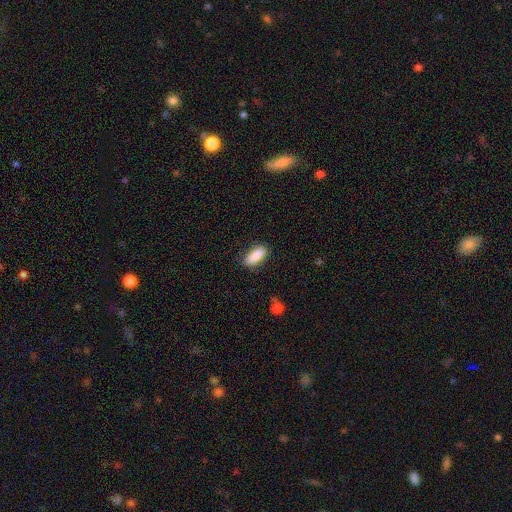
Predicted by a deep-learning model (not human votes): A smooth galaxy with no disk features (89%) that is in between round and cigar-shaped (79%). Merging: none (83%).